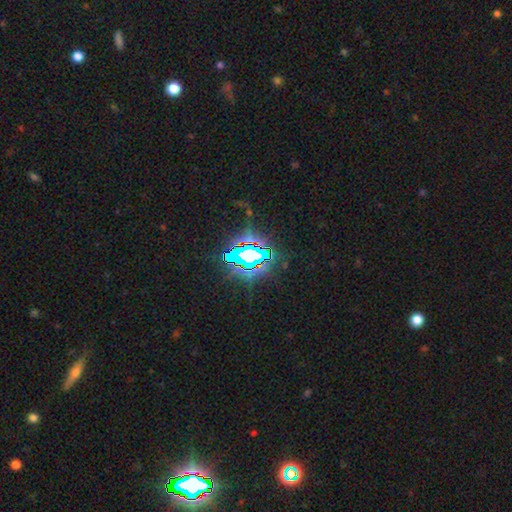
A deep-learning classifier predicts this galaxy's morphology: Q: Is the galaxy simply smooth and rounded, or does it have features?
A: star or artifact — 79%.